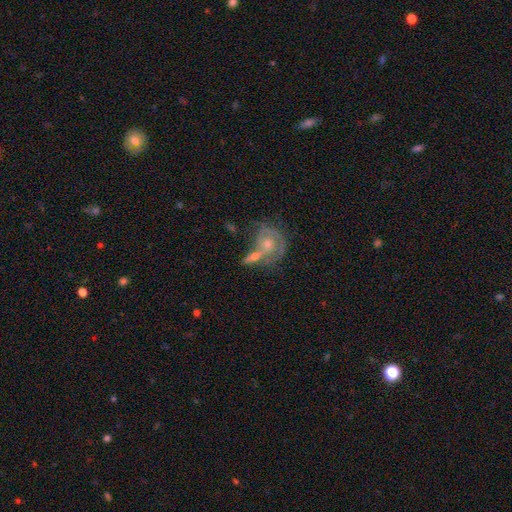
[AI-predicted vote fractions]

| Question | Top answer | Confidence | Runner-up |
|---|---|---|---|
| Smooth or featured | featured or disk | 69% | smooth (22%) |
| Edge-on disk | no | 95% | yes (5%) |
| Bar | no | 72% | weak (23%) |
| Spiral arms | yes | 75% | no (25%) |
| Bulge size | moderate | 56% | small (37%) |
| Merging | merger | 40% | none (35%) |